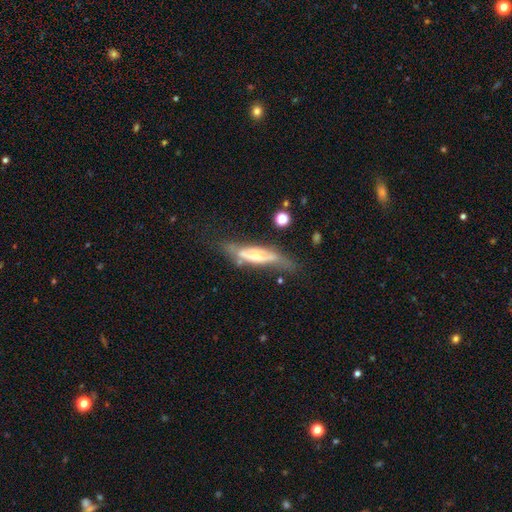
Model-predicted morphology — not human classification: The model was most divided on "edge-on disk": yes: 53%, no: 47%. More confident: smooth or featured — featured or disk (67%); merging — none (54%).